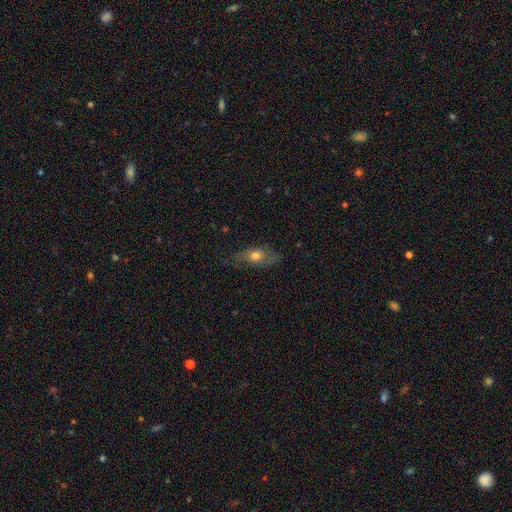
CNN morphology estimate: A smooth galaxy with no disk features (57%) that is in between round and cigar-shaped (73%).

Vote fractions:
- Smooth or featured? smooth: 57% / featured or disk: 34% / star or artifact: 9%
- How rounded? in between: 73% / cigar-shaped: 14% / round: 13%
- Merging? none: 62% / minor disturbance: 26% / major disturbance: 10% / merger: 2%